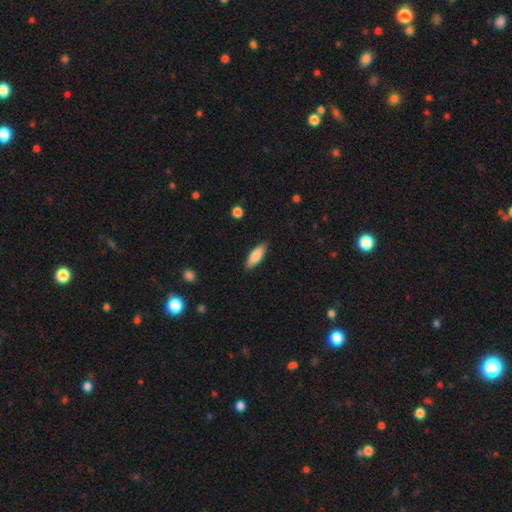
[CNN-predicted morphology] smooth_or_featured: smooth (p=0.83) [alt: featured or disk p=0.11]
how_rounded: in between (p=0.62) [alt: cigar-shaped p=0.36]
merging: none (p=0.87) [alt: minor disturbance p=0.10]